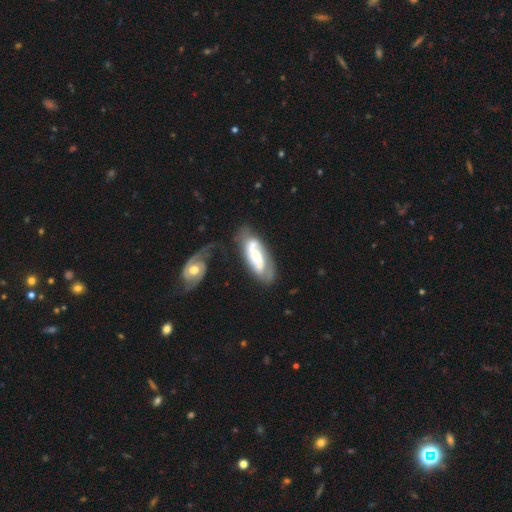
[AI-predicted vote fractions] Smooth or featured? Predicted: featured or disk (p=0.70). Edge-on disk? Predicted: no (p=0.90). Bar? Predicted: no (p=0.51). Spiral arms? Predicted: yes (p=0.85). Spiral winding? Predicted: tight (p=0.41). Spiral arm count? Predicted: 2 (p=0.63). Bulge size? Predicted: moderate (p=0.46). Merging? Predicted: none (p=0.47).